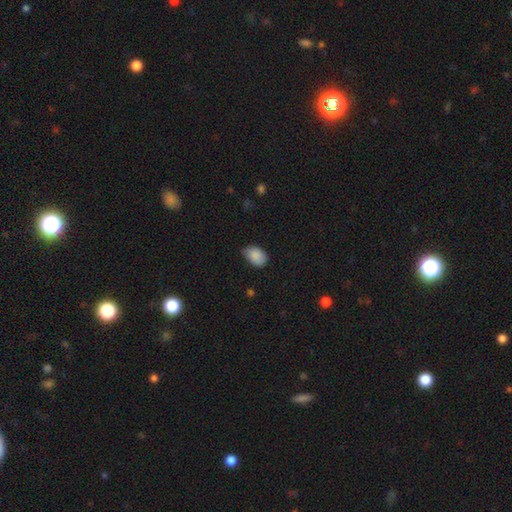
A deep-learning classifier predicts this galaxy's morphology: Smooth or featured?
  - smooth: 87% *
  - star or artifact: 7%
  - featured or disk: 6%
How rounded?
  - in between: 81% *
  - round: 18%
  - cigar-shaped: 1%
Merging?
  - none: 54% *
  - minor disturbance: 38%
  - major disturbance: 6%
  - merger: 2%